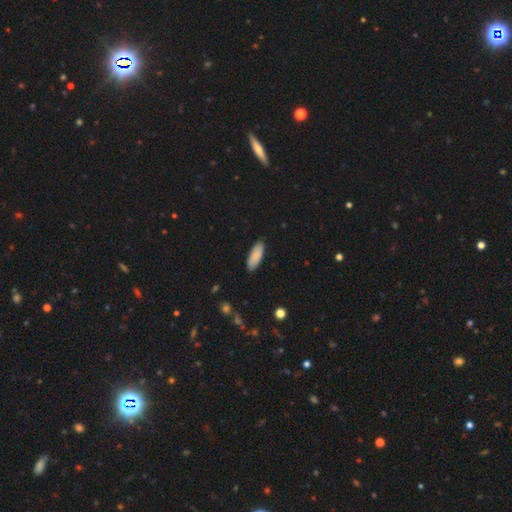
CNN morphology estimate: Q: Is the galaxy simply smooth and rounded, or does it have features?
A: smooth — 86%.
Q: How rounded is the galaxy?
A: in between — 69%.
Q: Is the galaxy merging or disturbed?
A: none — 87%.